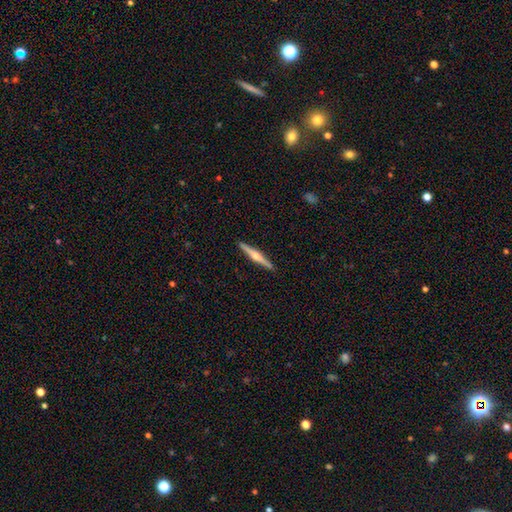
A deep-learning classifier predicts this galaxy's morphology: Q: Smooth or featured?
A: featured or disk (72%); runner-up: smooth (23%)
Q: Edge-on disk?
A: yes (98%); runner-up: no (2%)
Q: Edge-on bulge?
A: rounded (90%); runner-up: boxy (5%)
Q: Merging?
A: none (92%); runner-up: minor disturbance (6%)